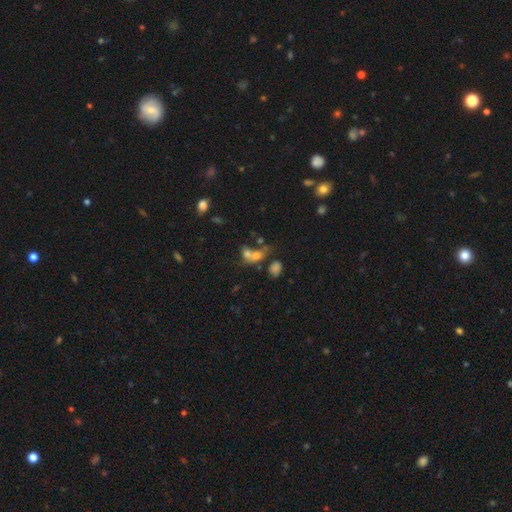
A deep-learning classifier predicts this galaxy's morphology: This appears to be a smooth galaxy with no disk features (64%) that is in between round and cigar-shaped (58%). Merging: merger (60%).